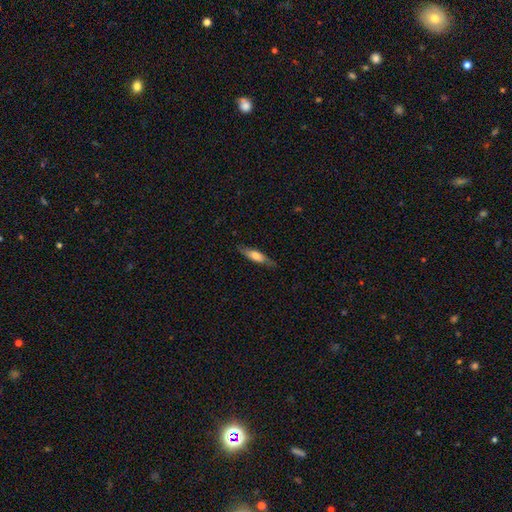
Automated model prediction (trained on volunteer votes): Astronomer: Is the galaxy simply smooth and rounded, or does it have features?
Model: smooth — 55% (runner-up: featured or disk, 38%).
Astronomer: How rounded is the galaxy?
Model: cigar-shaped — 68%.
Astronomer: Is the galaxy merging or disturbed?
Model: none — 78%.